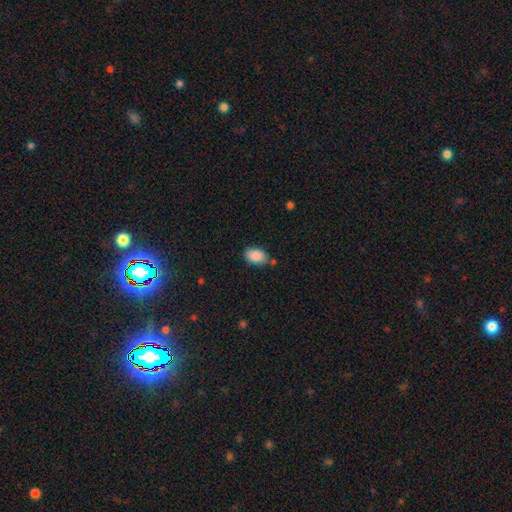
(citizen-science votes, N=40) Smooth or featured?
  - smooth: 90% *
  - star or artifact: 8%
  - featured or disk: 2%
How rounded?
  - in between: 89% *
  - round: 11%
  - cigar-shaped: 0%
Merging?
  - none: 70% *
  - minor disturbance: 14%
  - merger: 11%
  - major disturbance: 5%